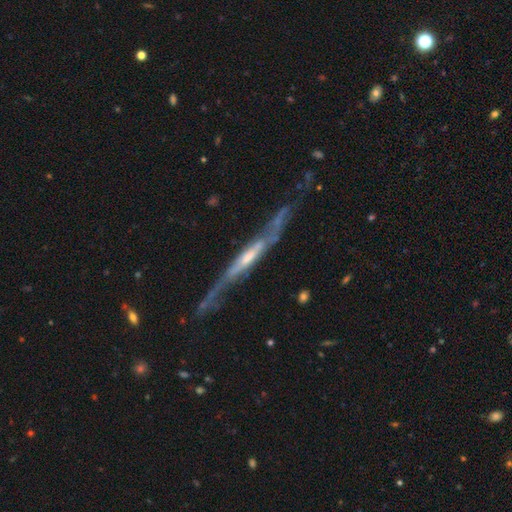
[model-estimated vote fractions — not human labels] Overall: featured or disk (84%). Edge-on disk: yes (88%). Edge-on bulge: rounded (59%; none 30%). Merging: none (72%).